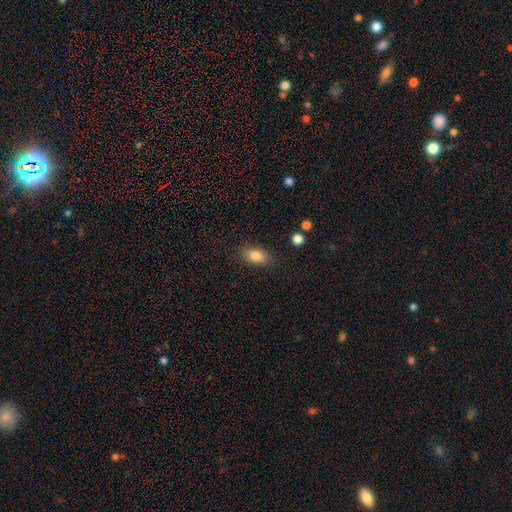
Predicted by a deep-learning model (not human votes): The model was most divided on "merging": none: 85%, minor disturbance: 10%, major disturbance: 3%, merger: 2%. More confident: how rounded — in between (87%); smooth or featured — smooth (83%).